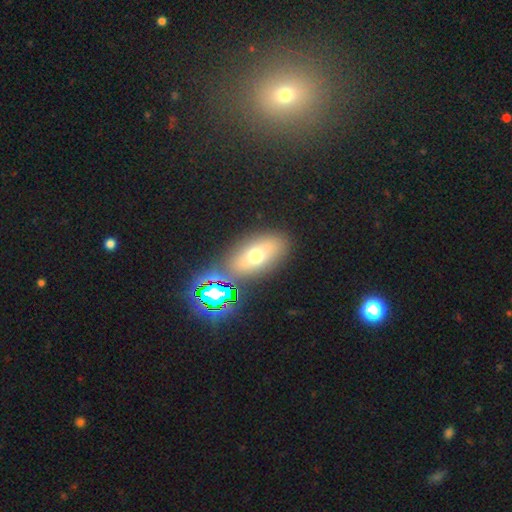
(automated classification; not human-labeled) Morphology: type=smooth (57%); roundness=in between (79%); merging=none (79%).